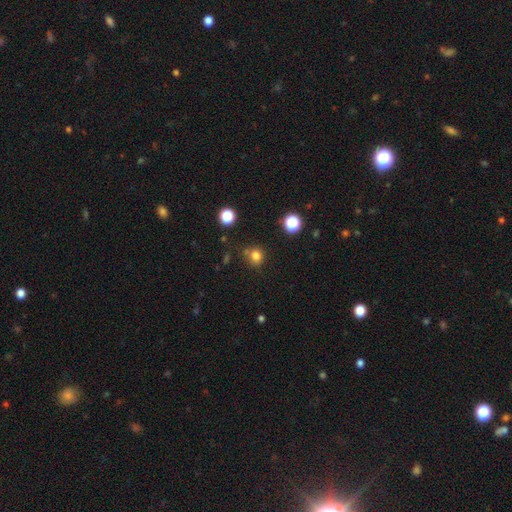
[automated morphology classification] smooth-or-featured: smooth: 79% | star or artifact: 16% | featured or disk: 6%
  how-rounded: round: 84% | in between: 15% | cigar-shaped: 1%
  merging: none: 70% | minor disturbance: 15% | merger: 11% | major disturbance: 5%